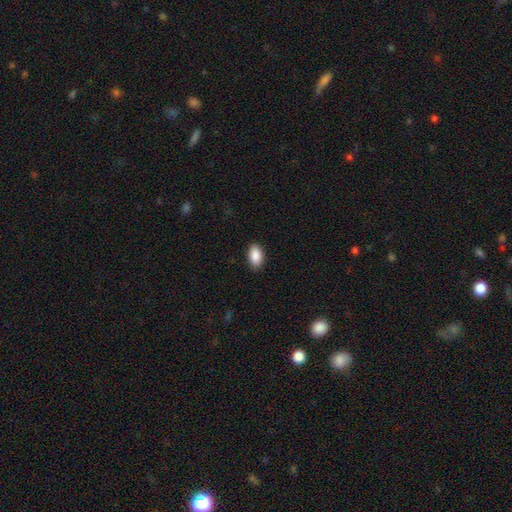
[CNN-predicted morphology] The model was most divided on "merging": none: 87%, minor disturbance: 10%, major disturbance: 2%, merger: 1%. More confident: how rounded — in between (93%); smooth or featured — smooth (90%).